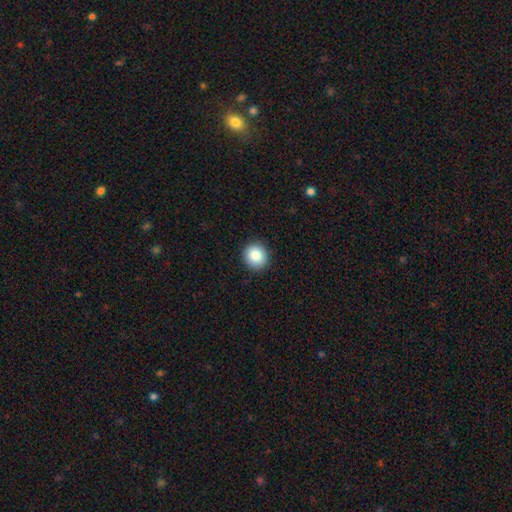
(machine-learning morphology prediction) Overall: smooth (86%). How rounded: round (90%). Merging: none (91%).